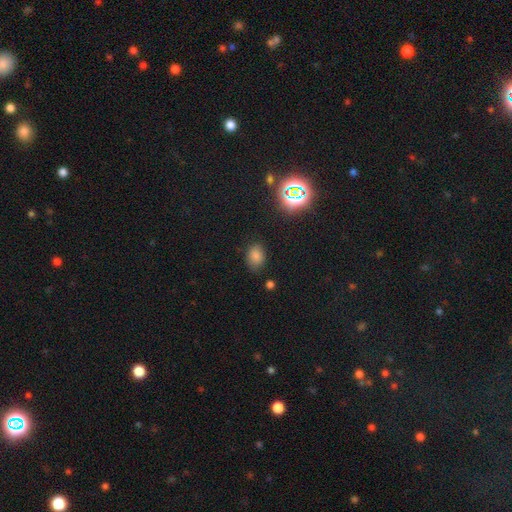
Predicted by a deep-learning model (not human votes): smooth-or-featured: smooth: 77% | star or artifact: 17% | featured or disk: 6%
  how-rounded: in between: 71% | round: 27% | cigar-shaped: 1%
  merging: none: 77% | minor disturbance: 17% | major disturbance: 4% | merger: 2%